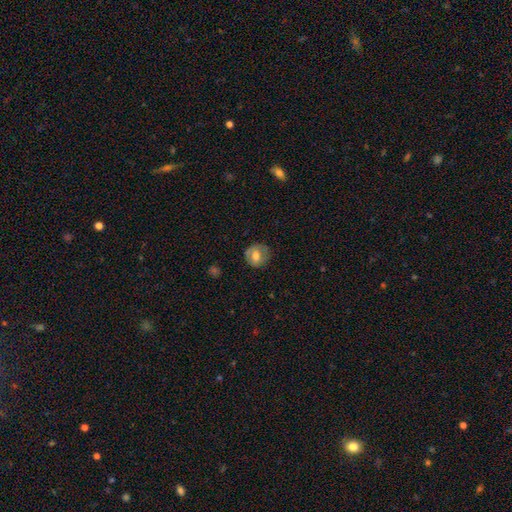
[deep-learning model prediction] A smooth galaxy with no disk features (62%) that is round (78%). Merging: none (75%).